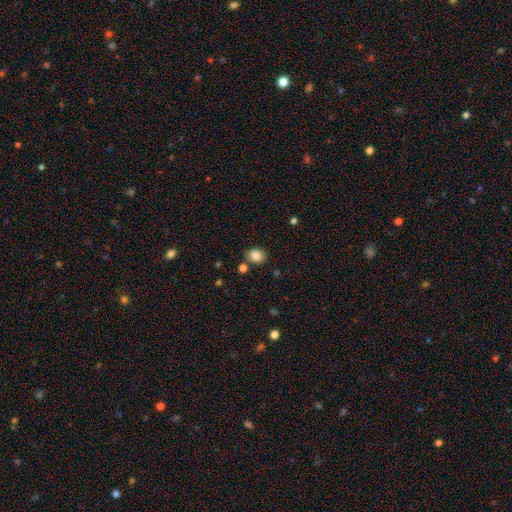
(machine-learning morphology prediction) smooth 85%, star or artifact 10%, featured or disk 5%. Down the decision tree: how rounded — in between (51%); merging — none (79%).